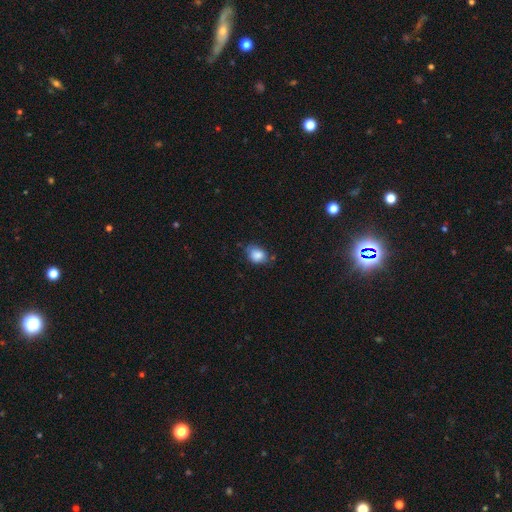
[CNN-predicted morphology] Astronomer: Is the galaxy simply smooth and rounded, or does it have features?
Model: smooth — 84%.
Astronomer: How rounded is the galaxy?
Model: in between — 51% (runner-up: round, 48%).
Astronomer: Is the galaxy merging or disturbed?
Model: none — 60%.